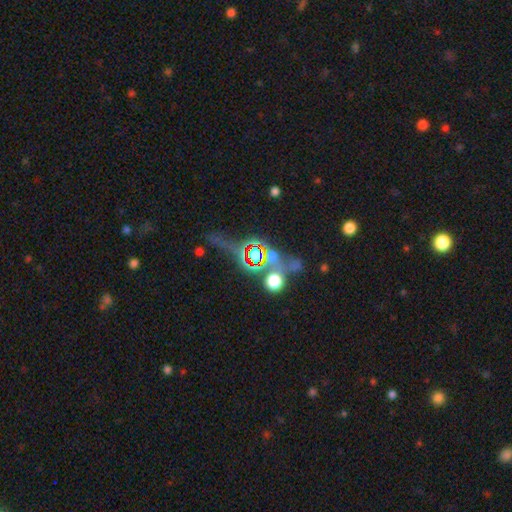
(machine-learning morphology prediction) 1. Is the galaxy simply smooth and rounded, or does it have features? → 65% star or artifact, 21% smooth, 14% featured or disk.